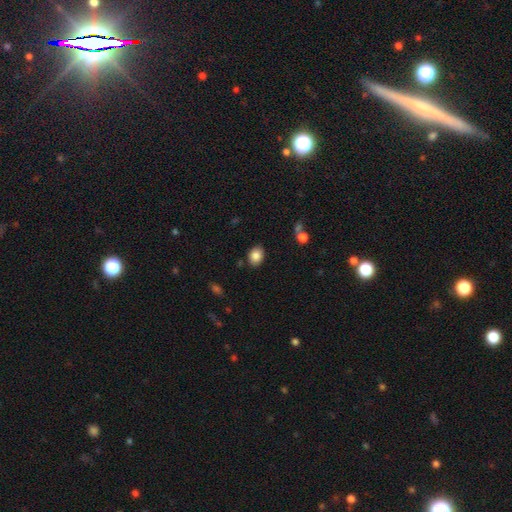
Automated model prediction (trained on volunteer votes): Smooth or featured? Predicted: smooth (p=0.86). How rounded? Predicted: in between (p=0.61). Merging? Predicted: none (p=0.84).